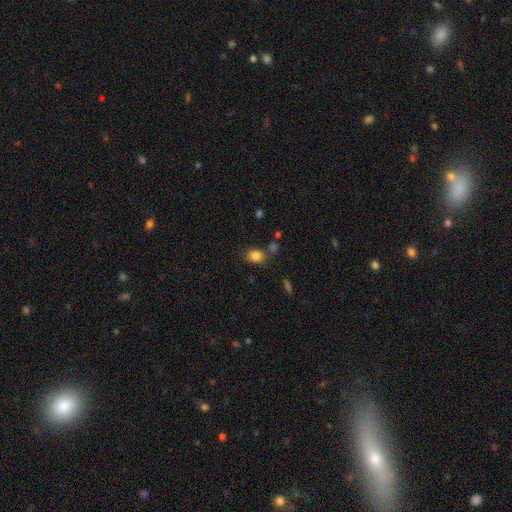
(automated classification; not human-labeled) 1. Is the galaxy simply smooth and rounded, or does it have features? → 84% smooth, 11% star or artifact, 5% featured or disk.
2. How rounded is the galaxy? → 53% round, 46% in between, 1% cigar-shaped.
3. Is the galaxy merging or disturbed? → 75% none, 13% minor disturbance, 8% merger, 4% major disturbance.